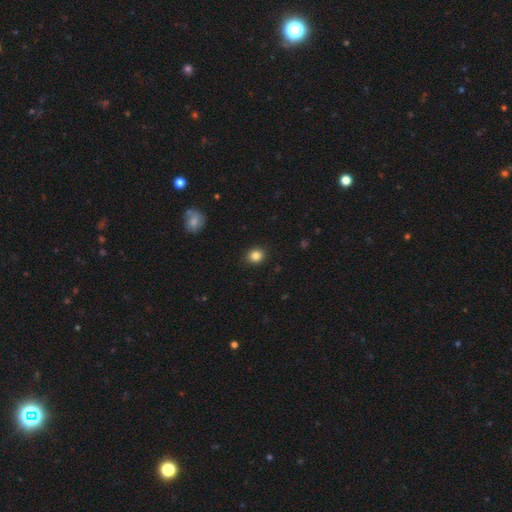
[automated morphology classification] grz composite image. It shows a smooth galaxy with no disk features (85%) that is round (81%). Merging: none (90%).